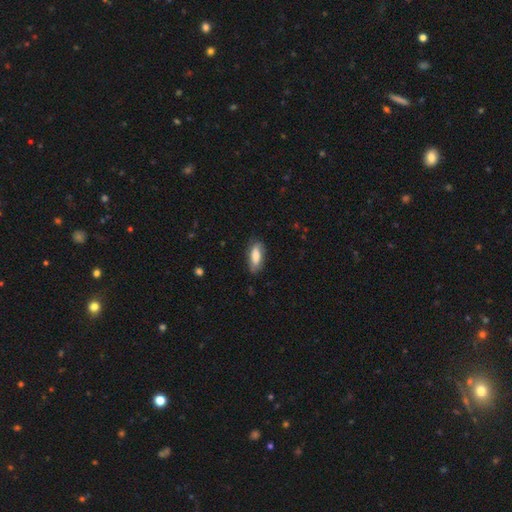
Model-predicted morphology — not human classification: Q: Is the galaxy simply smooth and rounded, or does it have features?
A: smooth — 76%.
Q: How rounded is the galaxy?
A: in between — 73%.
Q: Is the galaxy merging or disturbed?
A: none — 74%.